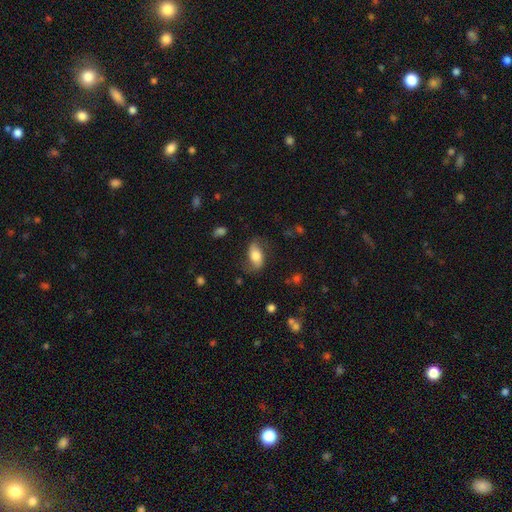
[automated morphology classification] smooth 53%, featured or disk 39%, star or artifact 8%. Down the decision tree: how rounded — in between (88%); merging — none (67%).